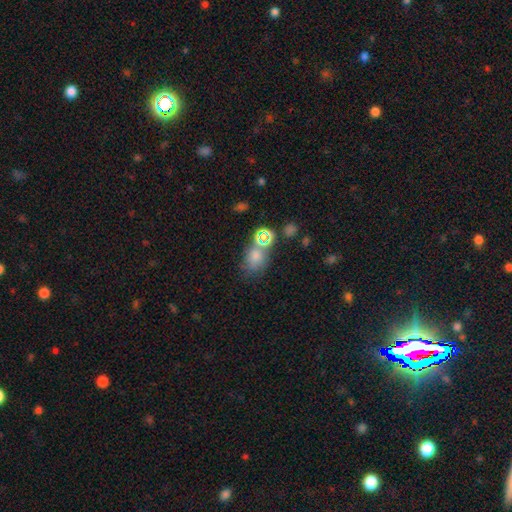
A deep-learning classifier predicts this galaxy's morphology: type=smooth (66%); roundness=in between (59%); merging=none (53%).